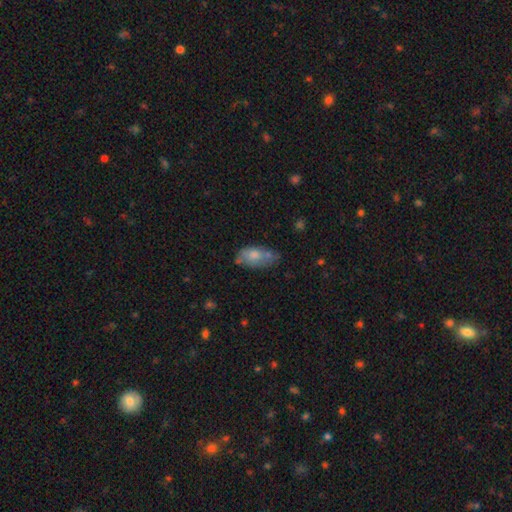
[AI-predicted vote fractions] This is likely a smooth galaxy (67%). How rounded: clearly in between (91%). Merging: possibly none (46%).